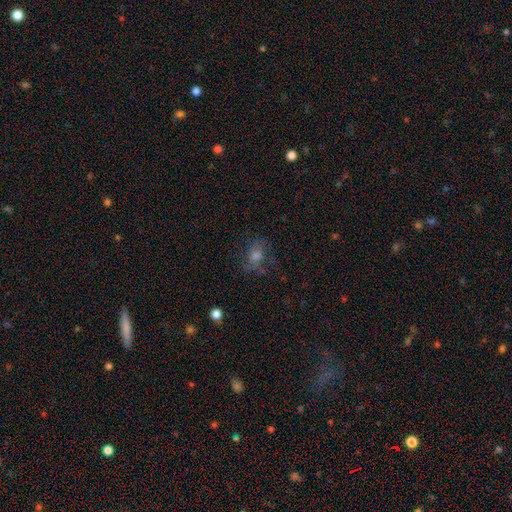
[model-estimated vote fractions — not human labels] smooth_or_featured: smooth (p=0.44) [alt: featured or disk p=0.31]
merging: none (p=0.66) [alt: minor disturbance p=0.19]